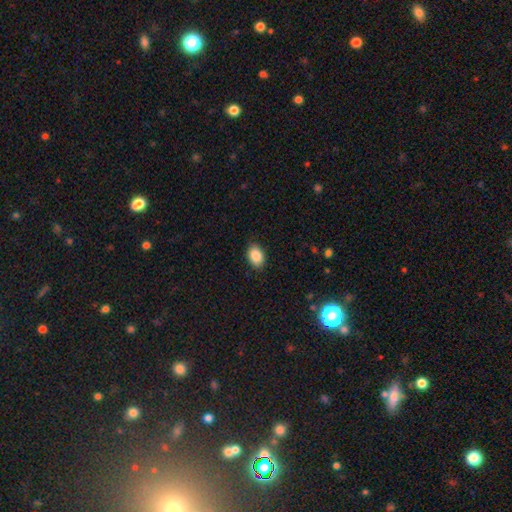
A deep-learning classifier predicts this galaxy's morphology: Smooth or featured: smooth — 88% (star or artifact — 8%)
How rounded: in between — 83% (round — 15%)
Merging: none — 88% (minor disturbance — 9%)